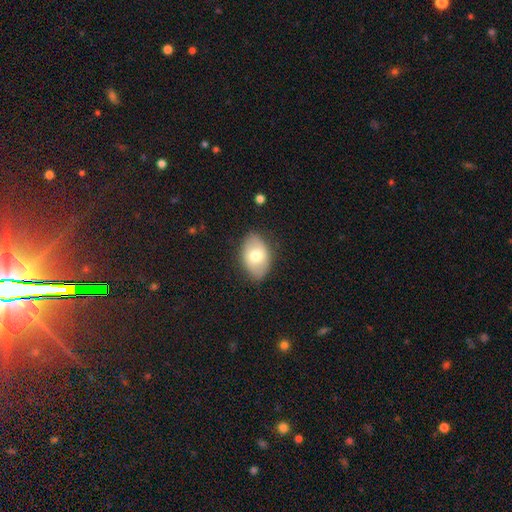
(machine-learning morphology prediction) Q: Smooth or featured?
A: smooth (67%); runner-up: featured or disk (26%)
Q: How rounded?
A: in between (86%); runner-up: round (12%)
Q: Merging?
A: none (82%); runner-up: minor disturbance (14%)